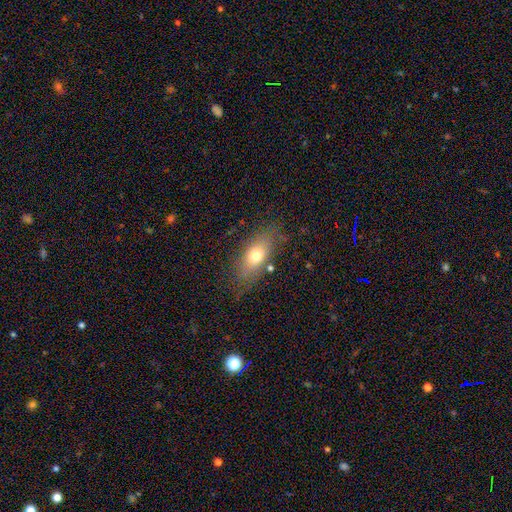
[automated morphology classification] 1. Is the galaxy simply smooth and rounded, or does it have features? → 68% smooth, 22% featured or disk, 10% star or artifact.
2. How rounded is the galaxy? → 75% in between, 17% cigar-shaped, 8% round.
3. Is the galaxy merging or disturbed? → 76% none, 15% minor disturbance, 6% major disturbance, 3% merger.